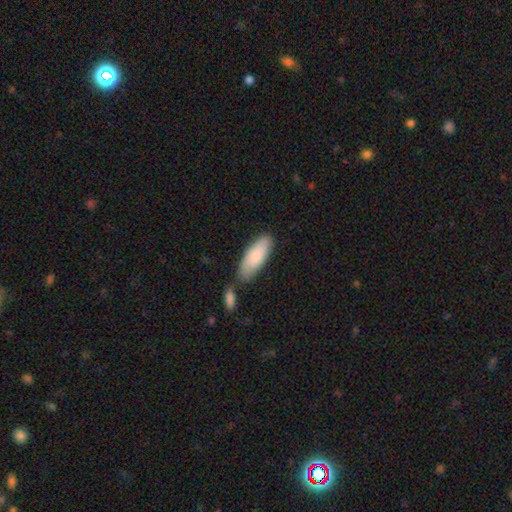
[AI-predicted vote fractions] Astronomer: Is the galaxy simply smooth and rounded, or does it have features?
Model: smooth — 83%.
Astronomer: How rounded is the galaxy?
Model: in between — 71%.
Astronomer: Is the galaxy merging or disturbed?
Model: none — 60%.